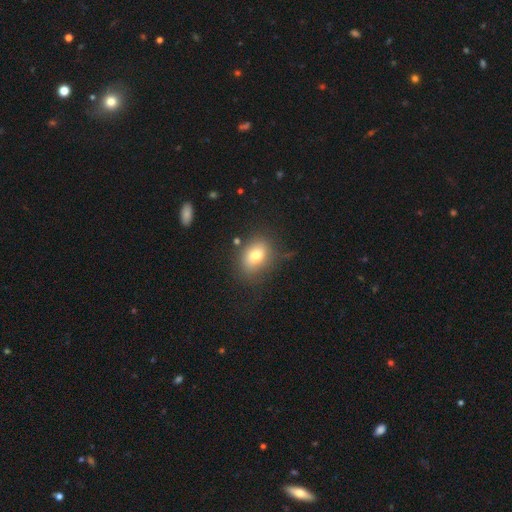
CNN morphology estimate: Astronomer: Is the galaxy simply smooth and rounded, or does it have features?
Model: smooth — 74%.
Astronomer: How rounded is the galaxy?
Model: in between — 60% (runner-up: round, 38%).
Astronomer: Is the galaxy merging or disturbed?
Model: none — 73%.